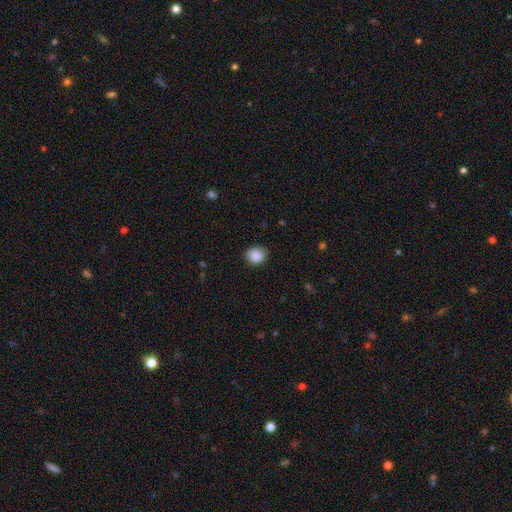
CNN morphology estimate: A smooth galaxy with no disk features (89%) that is round (65%). Merging: none (83%).